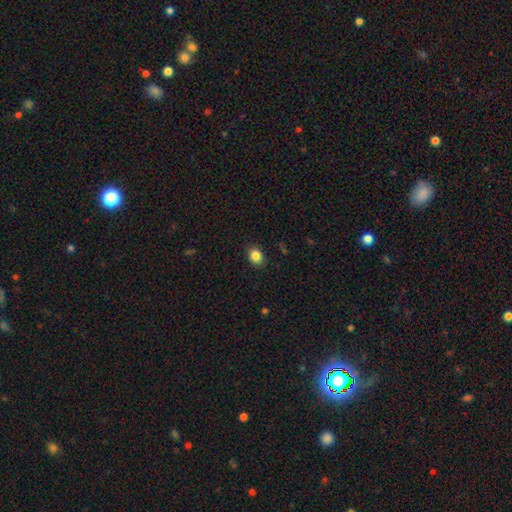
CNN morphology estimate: Smooth or featured: smooth — 86% (star or artifact — 9%)
How rounded: in between — 64% (round — 35%)
Merging: none — 87% (minor disturbance — 10%)